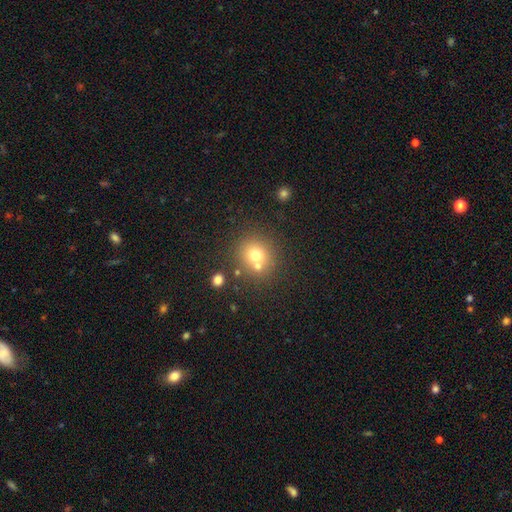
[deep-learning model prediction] This is likely a smooth galaxy (70%). How rounded: clearly round (86%). Merging: likely none (61%).